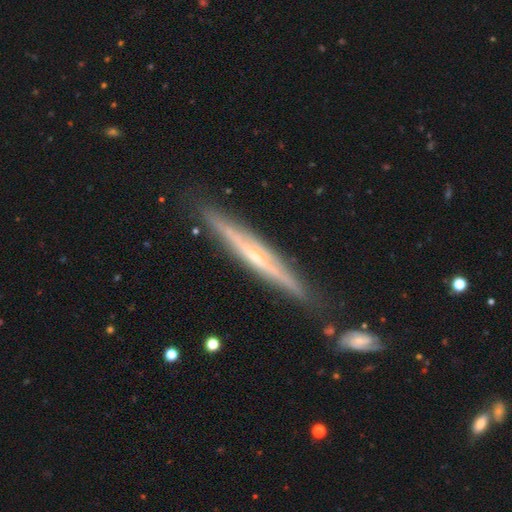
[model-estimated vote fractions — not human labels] This is likely a featured or disk galaxy (78%). It is clearly viewed edge-on (95%). Edge-on bulge: possibly rounded (49%). Merging: clearly none (84%).